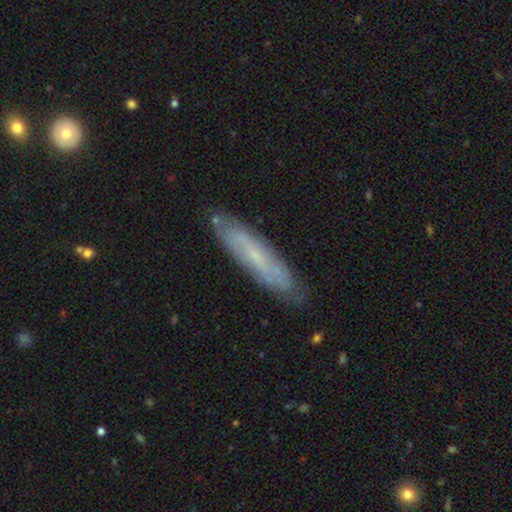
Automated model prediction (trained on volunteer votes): Smooth or featured?
  - featured or disk: 55% *
  - smooth: 37%
  - star or artifact: 7%
Edge-on disk?
  - no: 55% *
  - yes: 45%
Merging?
  - none: 82% *
  - minor disturbance: 13%
  - major disturbance: 3%
  - merger: 2%